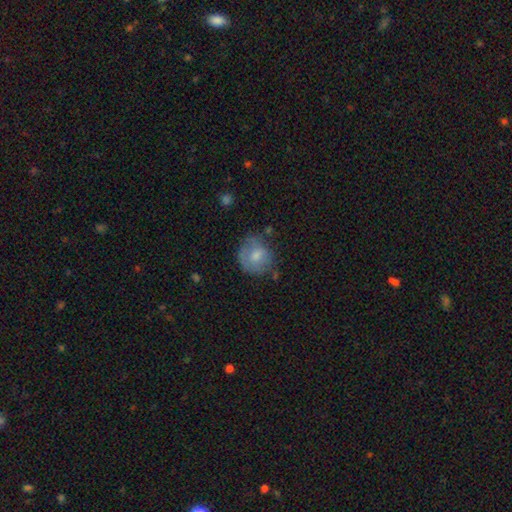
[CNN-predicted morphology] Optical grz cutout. It shows a smooth galaxy with no disk features (65%) that is round (80%). Merging: none (54%).